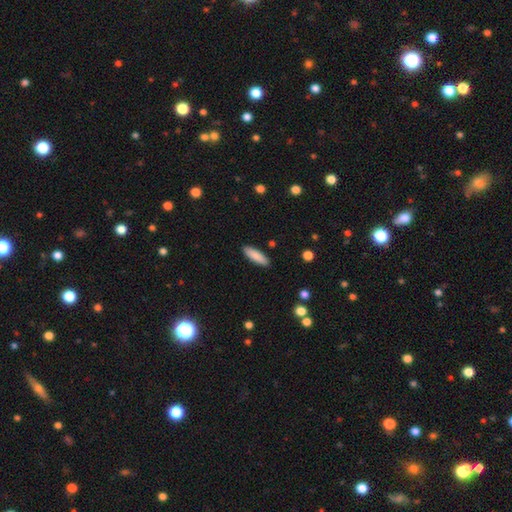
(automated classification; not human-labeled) Morphology: type=smooth (87%); roundness=cigar-shaped (54%); merging=none (90%).